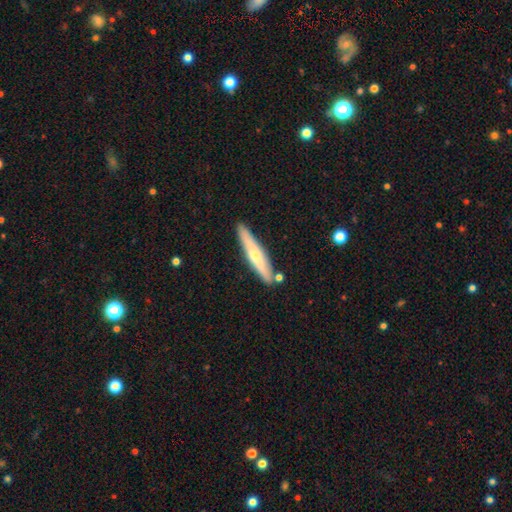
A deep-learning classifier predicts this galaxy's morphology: Smooth or featured? Predicted: smooth (p=0.50). Merging? Predicted: none (p=0.85).